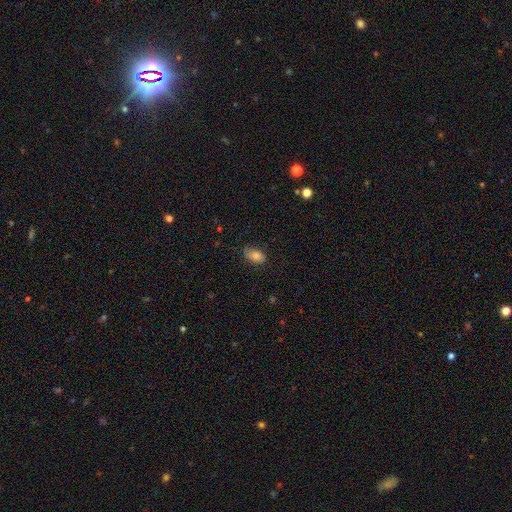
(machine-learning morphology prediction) A smooth galaxy with no disk features (79%) that is in between round and cigar-shaped (91%).

Vote fractions:
- Smooth or featured? smooth: 79% / featured or disk: 12% / star or artifact: 8%
- How rounded? in between: 91% / round: 6% / cigar-shaped: 2%
- Merging? none: 70% / minor disturbance: 24% / major disturbance: 5% / merger: 1%